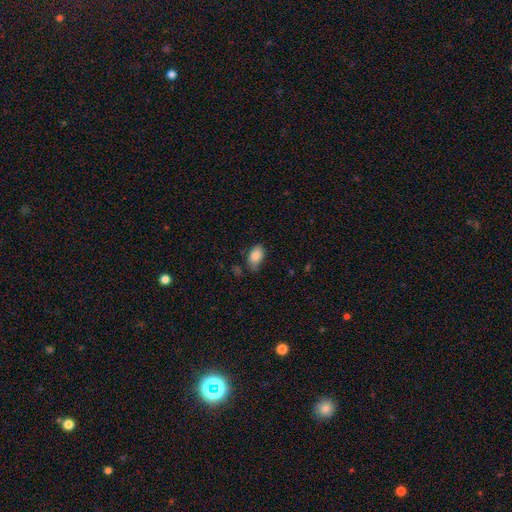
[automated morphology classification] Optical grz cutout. It shows a smooth galaxy with no disk features (87%) that is in between round and cigar-shaped (90%). Merging: none (61%).